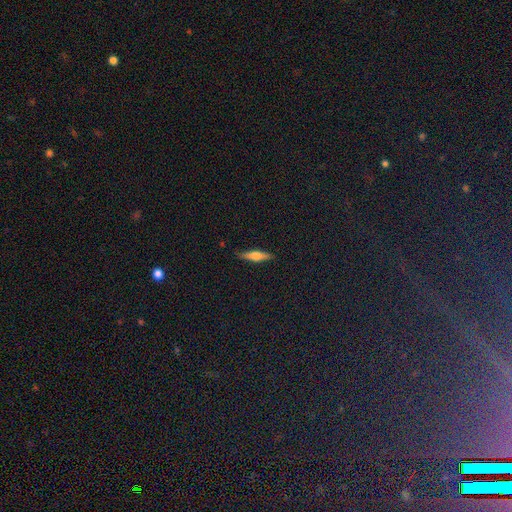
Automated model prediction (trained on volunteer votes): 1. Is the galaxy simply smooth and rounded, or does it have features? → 49% featured or disk, 44% smooth, 7% star or artifact.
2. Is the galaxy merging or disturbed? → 88% none, 9% minor disturbance, 2% major disturbance, 1% merger.